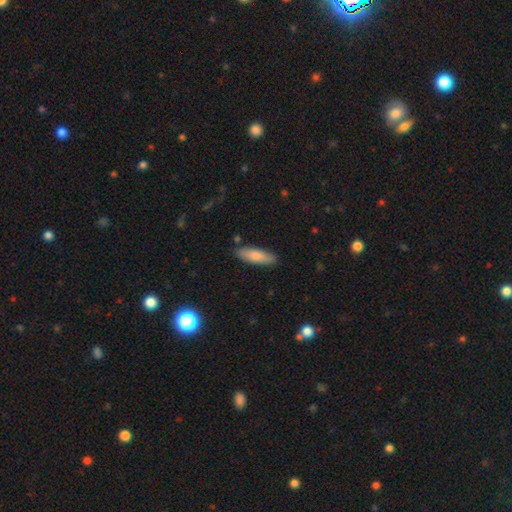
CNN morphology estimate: type=smooth (79%); roundness=cigar-shaped (51%); merging=none (85%).